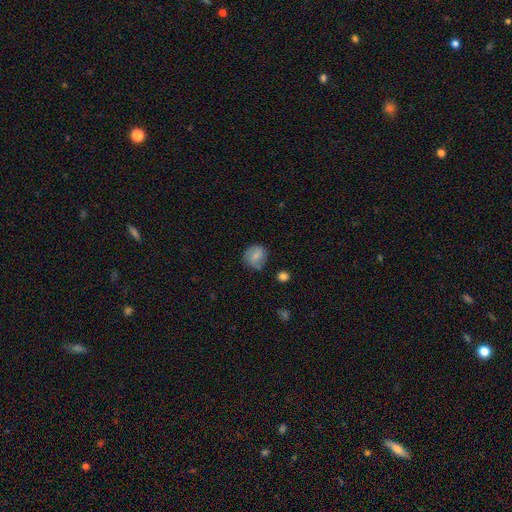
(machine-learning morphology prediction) smooth_or_featured: smooth (p=0.65) [alt: featured or disk p=0.27]
how_rounded: round (p=0.81) [alt: in between p=0.18]
merging: none (p=0.71) [alt: minor disturbance p=0.21]